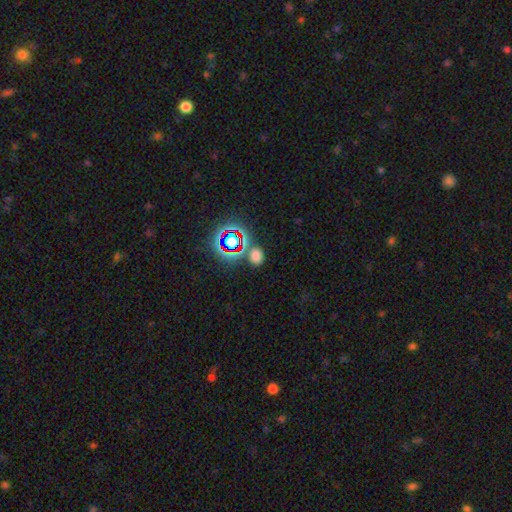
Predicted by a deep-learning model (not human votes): Smooth or featured? Predicted: smooth (p=0.59). How rounded? Predicted: round (p=0.61). Merging? Predicted: none (p=0.73).